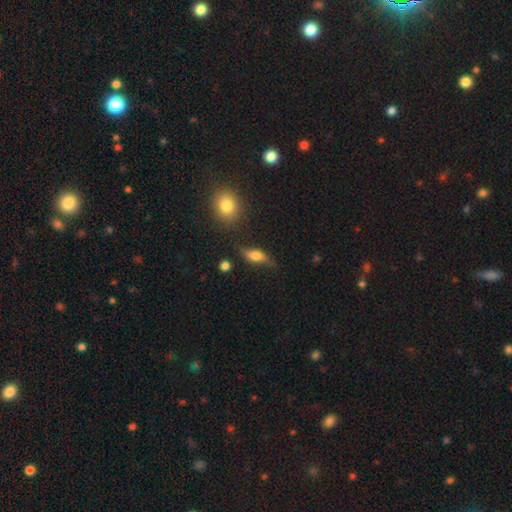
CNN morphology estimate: smooth-or-featured: smooth: 60% | featured or disk: 32% | star or artifact: 9%
  how-rounded: in between: 67% | cigar-shaped: 26% | round: 7%
  merging: none: 61% | minor disturbance: 26% | major disturbance: 9% | merger: 4%